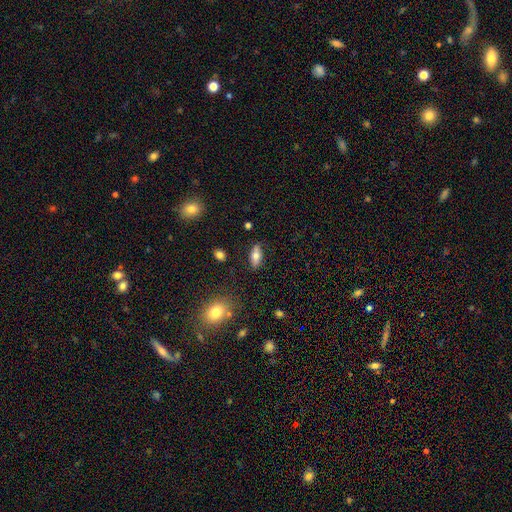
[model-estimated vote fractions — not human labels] smooth 70%, featured or disk 22%, star or artifact 8%. Down the decision tree: how rounded — in between (79%); merging — none (83%).